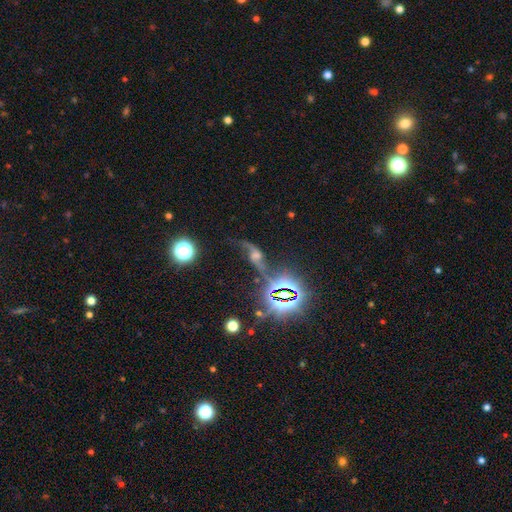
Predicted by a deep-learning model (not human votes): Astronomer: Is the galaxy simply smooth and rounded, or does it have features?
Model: featured or disk — 66%.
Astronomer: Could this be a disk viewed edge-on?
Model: no — 87%.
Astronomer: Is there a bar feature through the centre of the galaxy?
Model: no — 55% (runner-up: weak, 31%).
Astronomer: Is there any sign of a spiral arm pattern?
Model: yes — 90%.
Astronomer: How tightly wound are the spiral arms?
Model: loose — 92%.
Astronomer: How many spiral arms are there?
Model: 2 — 92%.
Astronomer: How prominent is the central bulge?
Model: moderate — 39% (runner-up: small, 25%).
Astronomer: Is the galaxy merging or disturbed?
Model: none — 59%.